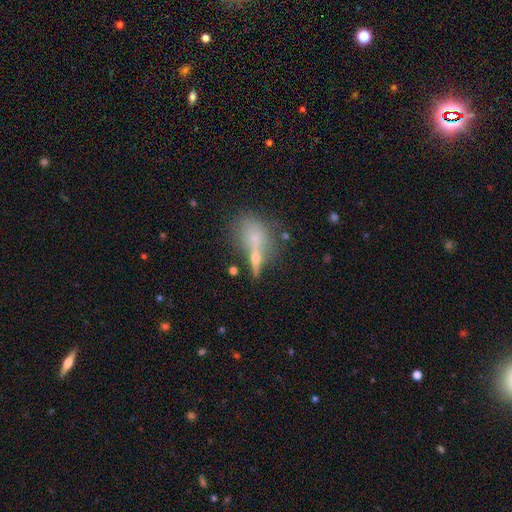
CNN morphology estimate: This appears to be a smooth galaxy with no disk features (55%) that is in between round and cigar-shaped (53%). Merging: none (41%).